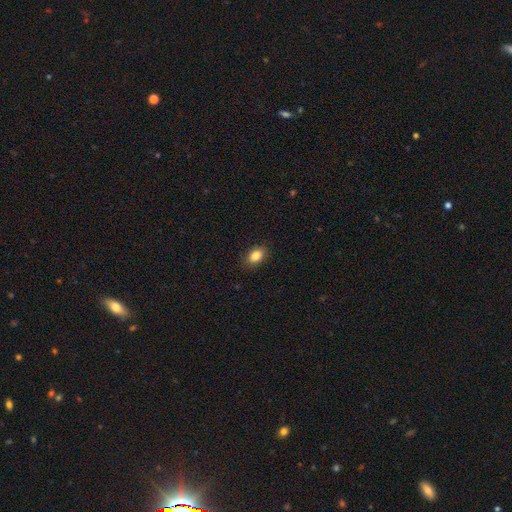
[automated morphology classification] Smooth or featured?
  - smooth: 84% *
  - star or artifact: 9%
  - featured or disk: 7%
How rounded?
  - in between: 82% *
  - round: 16%
  - cigar-shaped: 2%
Merging?
  - none: 88% *
  - minor disturbance: 9%
  - major disturbance: 2%
  - merger: 1%